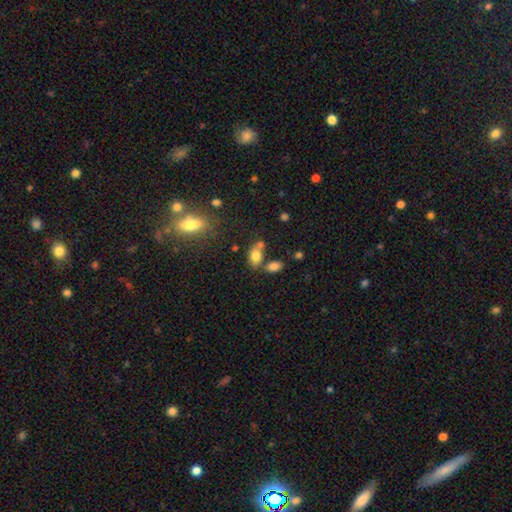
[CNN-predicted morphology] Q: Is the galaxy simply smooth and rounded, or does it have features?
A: smooth — 79%.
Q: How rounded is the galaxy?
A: in between — 86%.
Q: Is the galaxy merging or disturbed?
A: none — 51%.